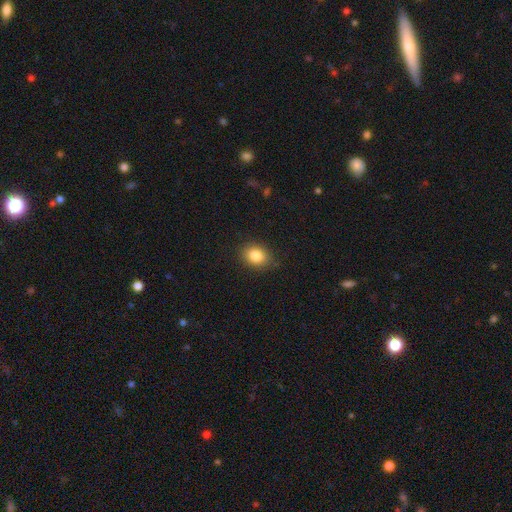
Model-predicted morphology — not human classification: A smooth galaxy with no disk features (85%) that is in between round and cigar-shaped (54%).

Vote fractions:
- Smooth or featured? smooth: 85% / star or artifact: 9% / featured or disk: 6%
- How rounded? in between: 54% / round: 45% / cigar-shaped: 1%
- Merging? none: 85% / minor disturbance: 11% / major disturbance: 3% / merger: 1%